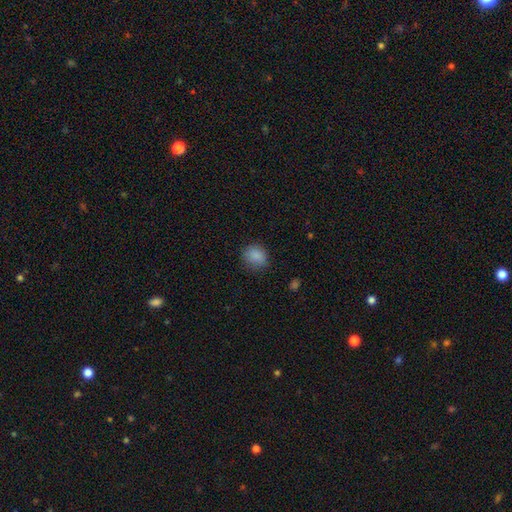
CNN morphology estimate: Smooth or featured: smooth — 86% (star or artifact — 10%)
How rounded: round — 67% (in between — 32%)
Merging: none — 77% (minor disturbance — 17%)